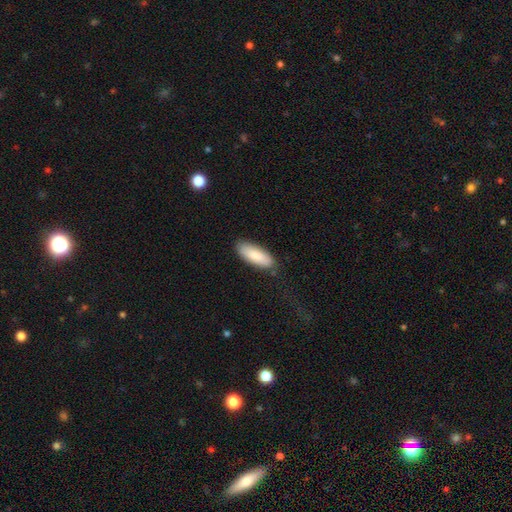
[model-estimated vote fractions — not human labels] Smooth or featured? Predicted: smooth (p=0.85). How rounded? Predicted: in between (p=0.75). Merging? Predicted: none (p=0.84).